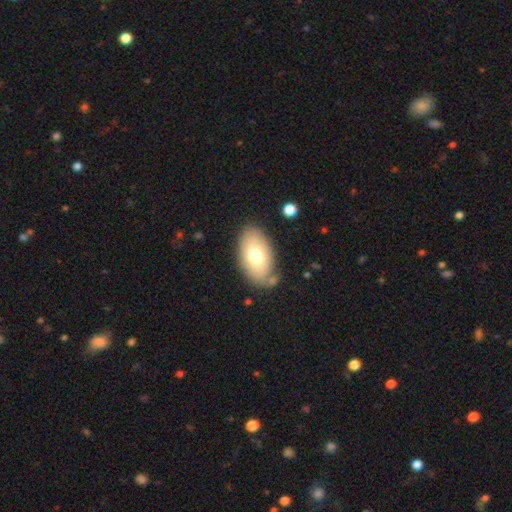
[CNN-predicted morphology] A smooth galaxy with no disk features (70%) that is in between round and cigar-shaped (92%).

Vote fractions:
- Smooth or featured? smooth: 70% / featured or disk: 22% / star or artifact: 8%
- How rounded? in between: 92% / round: 7% / cigar-shaped: 2%
- Merging? none: 76% / minor disturbance: 14% / merger: 5% / major disturbance: 5%